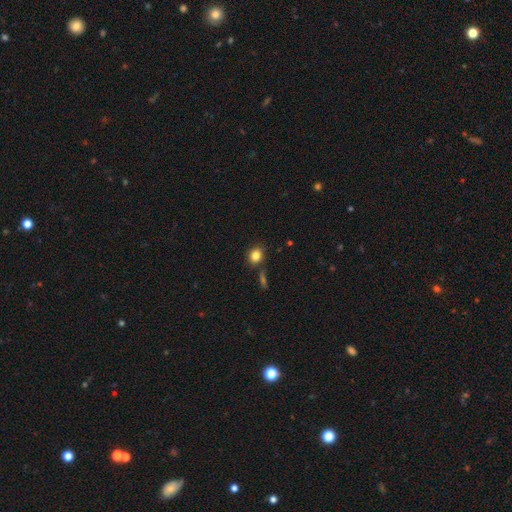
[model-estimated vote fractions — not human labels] Smooth or featured? smooth (83%)
How rounded? round (68%)
Merging? none (80%)